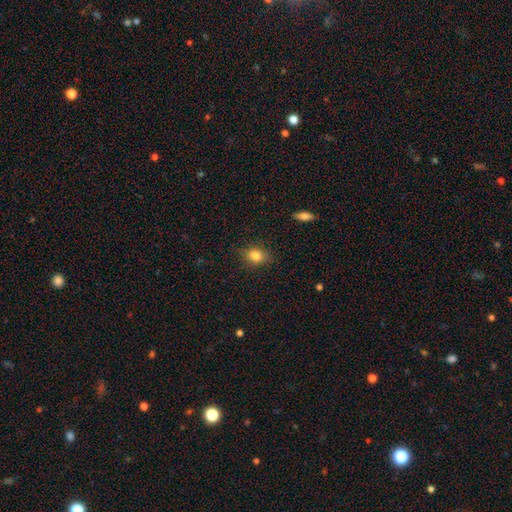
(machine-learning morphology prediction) A smooth galaxy with no disk features (81%) that is in between round and cigar-shaped (50%).

Vote fractions:
- Smooth or featured? smooth: 81% / star or artifact: 11% / featured or disk: 8%
- How rounded? in between: 50% / round: 48% / cigar-shaped: 2%
- Merging? none: 83% / minor disturbance: 13% / major disturbance: 3% / merger: 1%